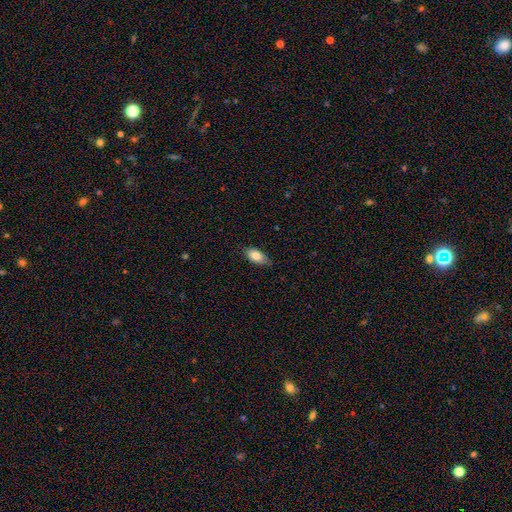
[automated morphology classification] Smooth or featured: smooth — 83% (featured or disk — 11%)
How rounded: in between — 91% (cigar-shaped — 5%)
Merging: none — 79% (minor disturbance — 18%)